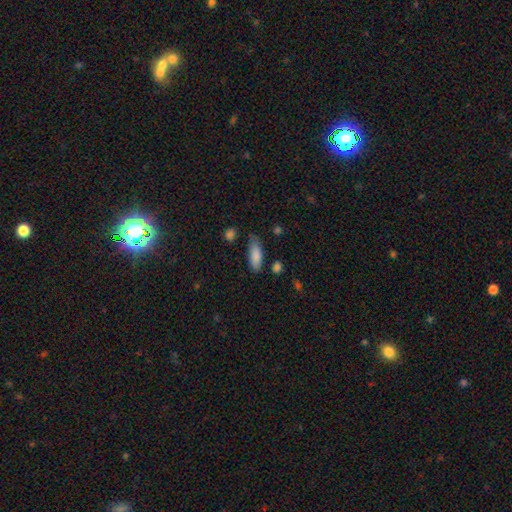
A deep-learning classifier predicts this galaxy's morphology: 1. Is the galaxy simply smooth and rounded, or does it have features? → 85% smooth, 8% featured or disk, 7% star or artifact.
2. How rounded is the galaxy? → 67% in between, 31% cigar-shaped, 2% round.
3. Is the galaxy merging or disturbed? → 68% none, 23% minor disturbance, 5% major disturbance, 4% merger.